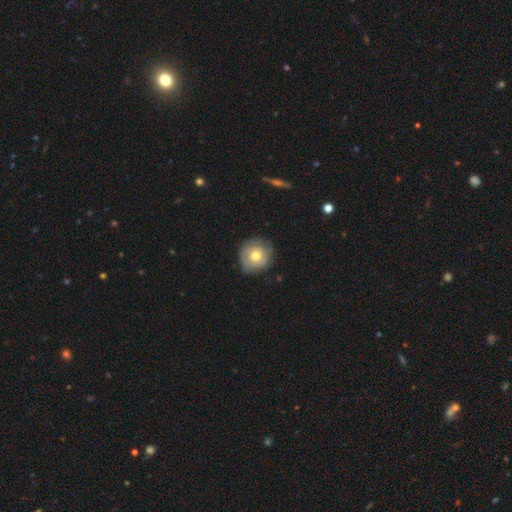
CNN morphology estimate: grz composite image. It shows a smooth galaxy with no disk features (61%) that is round (91%). Merging: none (76%).